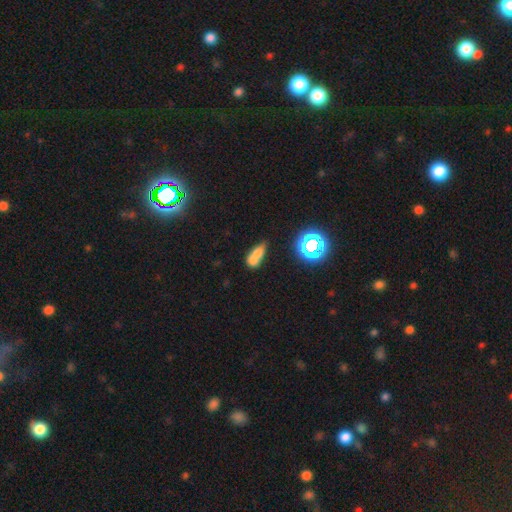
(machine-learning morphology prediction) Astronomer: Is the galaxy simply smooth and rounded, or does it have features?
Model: smooth — 62%.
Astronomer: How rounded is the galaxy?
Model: in between — 62%.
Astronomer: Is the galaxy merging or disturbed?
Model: merger — 58%.